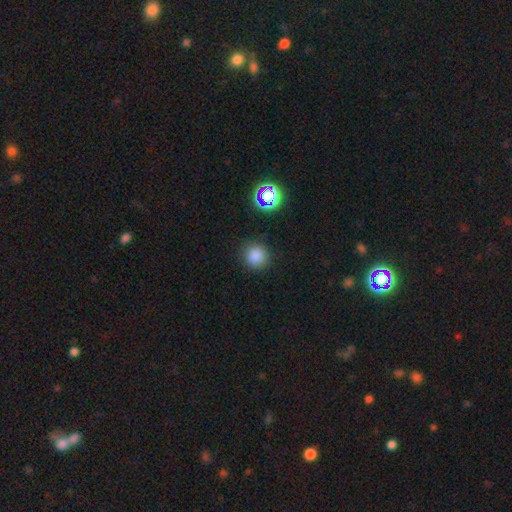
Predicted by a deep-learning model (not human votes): Smooth or featured? smooth (81%)
How rounded? round (92%)
Merging? none (87%)